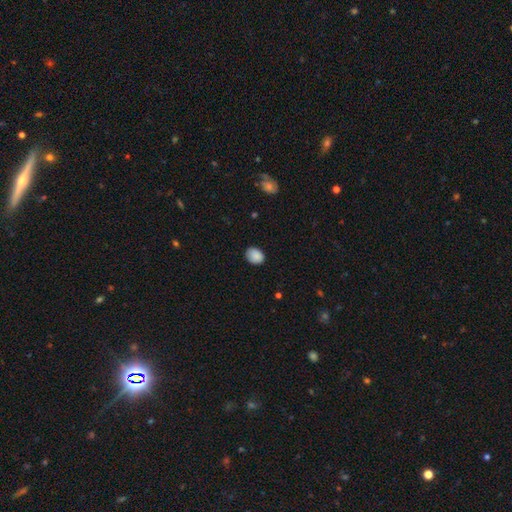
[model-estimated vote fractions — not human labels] Smooth or featured? Predicted: smooth (p=0.88). How rounded? Predicted: in between (p=0.58). Merging? Predicted: none (p=0.81).